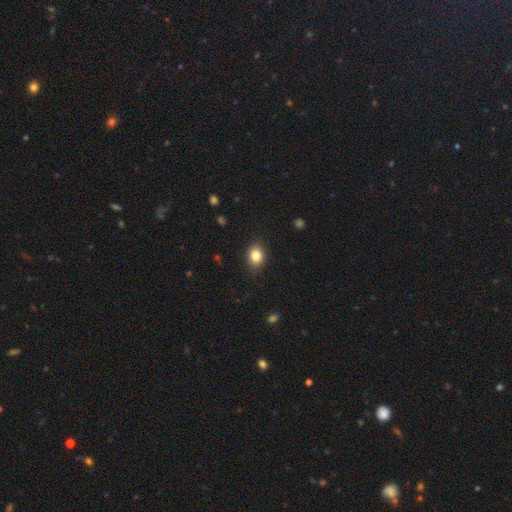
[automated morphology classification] Smooth or featured: smooth — 84% (star or artifact — 9%)
How rounded: in between — 62% (round — 37%)
Merging: none — 87% (minor disturbance — 9%)